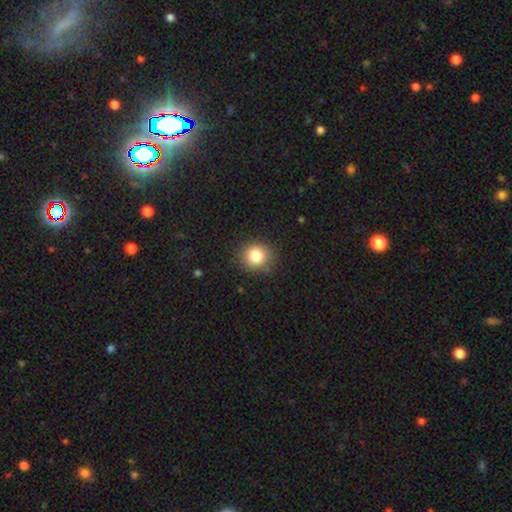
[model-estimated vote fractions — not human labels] smooth-or-featured: smooth: 82% | star or artifact: 11% | featured or disk: 6%
  how-rounded: round: 87% | in between: 12% | cigar-shaped: 1%
  merging: none: 86% | minor disturbance: 10% | major disturbance: 3% | merger: 1%